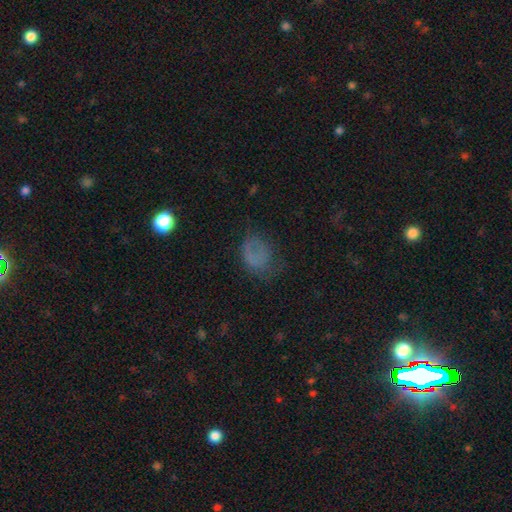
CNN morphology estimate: Smooth or featured: smooth — 61% (star or artifact — 20%)
How rounded: in between — 56% (round — 43%)
Merging: none — 45% (major disturbance — 27%)